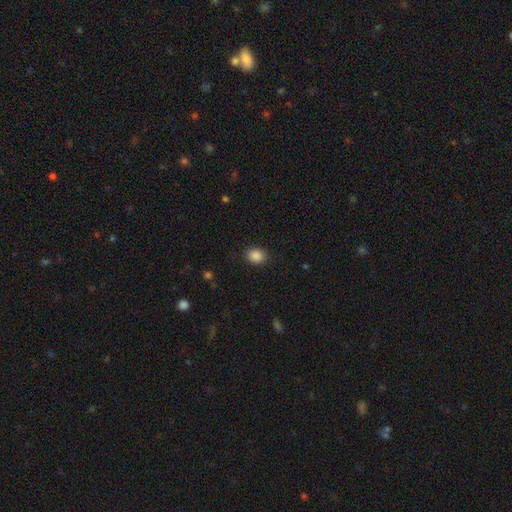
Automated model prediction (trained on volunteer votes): The model was most divided on "how rounded": in between: 51%, round: 49%, cigar-shaped: 1%. More confident: merging — none (88%); smooth or featured — smooth (88%).